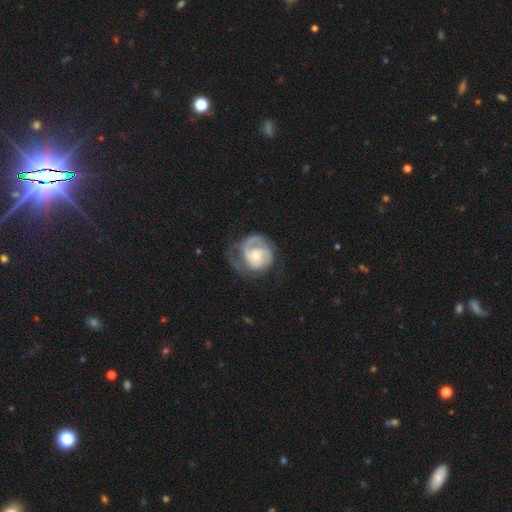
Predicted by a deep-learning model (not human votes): featured or disk 82%, smooth 14%, star or artifact 5%. Down the decision tree: edge-on disk — no (98%); bar — no (66%); spiral arms — yes (94%); spiral arm count — 2 (48%); spiral winding — tight (57%); bulge size — small (44%); merging — none (52%).